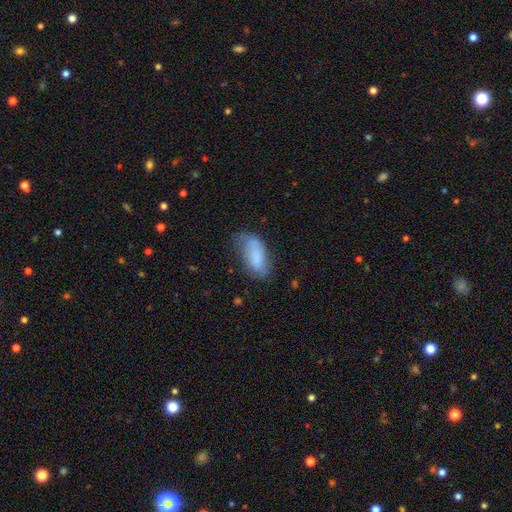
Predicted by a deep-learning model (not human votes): smooth_or_featured: smooth (p=0.75) [alt: featured or disk p=0.17]
how_rounded: in between (p=0.88) [alt: cigar-shaped p=0.09]
merging: none (p=0.42) [alt: minor disturbance p=0.35]